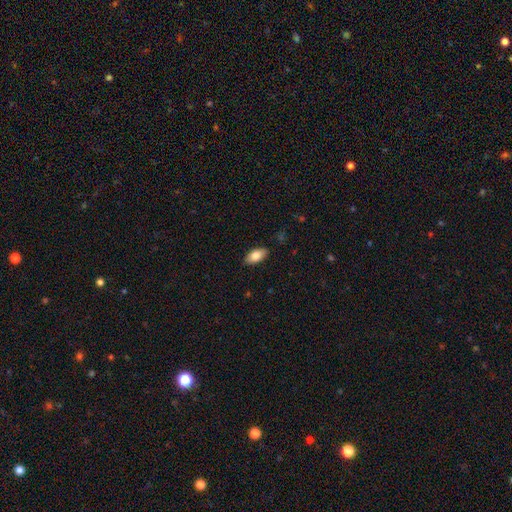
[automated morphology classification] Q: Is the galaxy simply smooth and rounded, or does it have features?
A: smooth — 81%.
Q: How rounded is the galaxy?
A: in between — 91%.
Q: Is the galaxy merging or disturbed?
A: none — 88%.